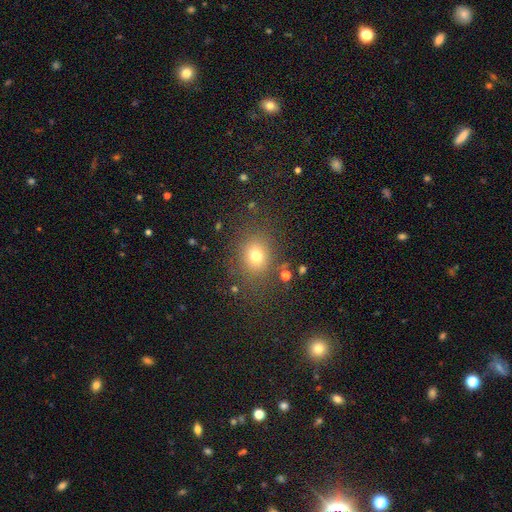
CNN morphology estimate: Smooth or featured? smooth (74%)
How rounded? round (71%)
Merging? none (80%)